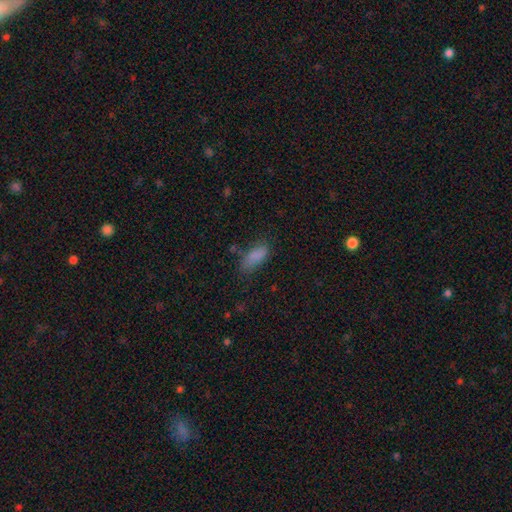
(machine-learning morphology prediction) Smooth or featured? smooth (82%)
How rounded? in between (82%)
Merging? none (58%)